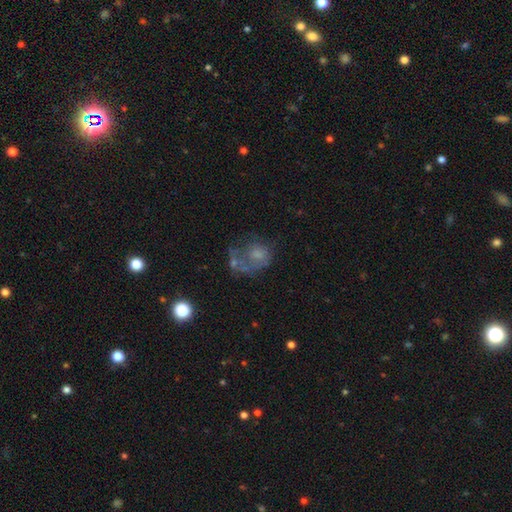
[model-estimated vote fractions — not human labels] Smooth or featured? featured or disk (48%)
Merging? major disturbance (40%)